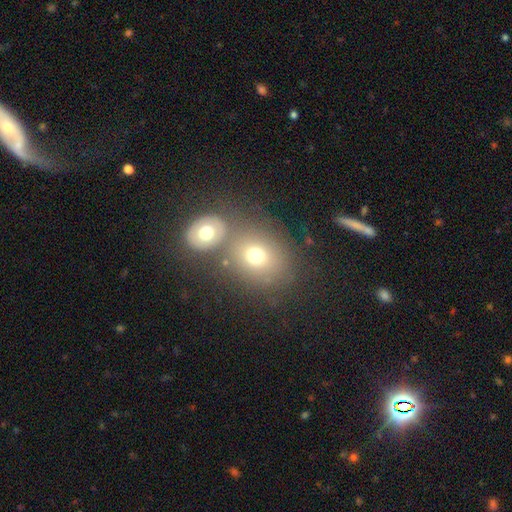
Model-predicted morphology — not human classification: smooth 69%, featured or disk 17%, star or artifact 13%. Down the decision tree: how rounded — round (64%); merging — none (52%).